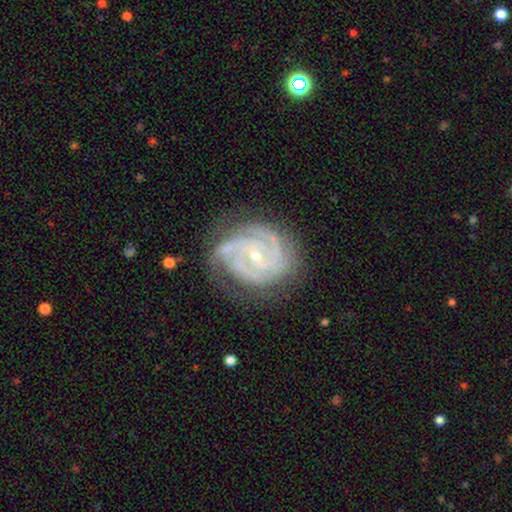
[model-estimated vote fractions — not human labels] A featured or disk galaxy (91%) with no bar (53%), 3 (46%) tight (72%) spiral arms (98%) and a small central bulge (72%). Merging: none (71%).